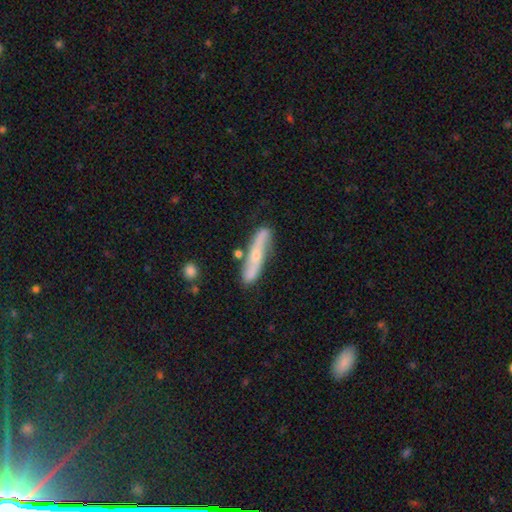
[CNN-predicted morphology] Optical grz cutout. It shows a featured or disk galaxy (65%). Merging: none (74%).